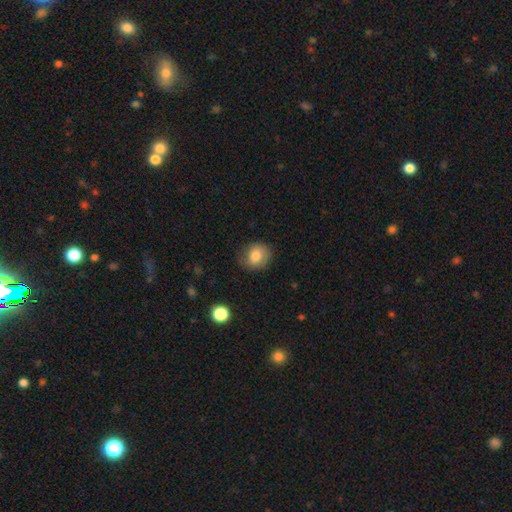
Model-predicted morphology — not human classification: Q: Smooth or featured?
A: smooth (74%); runner-up: featured or disk (17%)
Q: How rounded?
A: round (70%); runner-up: in between (29%)
Q: Merging?
A: none (71%); runner-up: minor disturbance (21%)